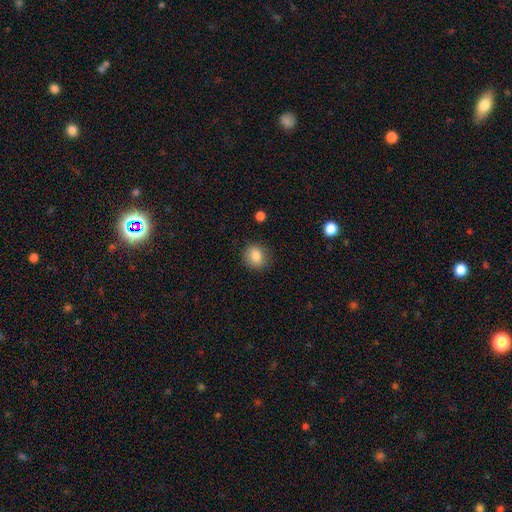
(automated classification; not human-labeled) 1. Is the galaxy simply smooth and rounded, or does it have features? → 84% smooth, 9% star or artifact, 7% featured or disk.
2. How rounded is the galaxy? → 74% round, 25% in between, 1% cigar-shaped.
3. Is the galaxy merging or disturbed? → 85% none, 11% minor disturbance, 3% major disturbance, 1% merger.